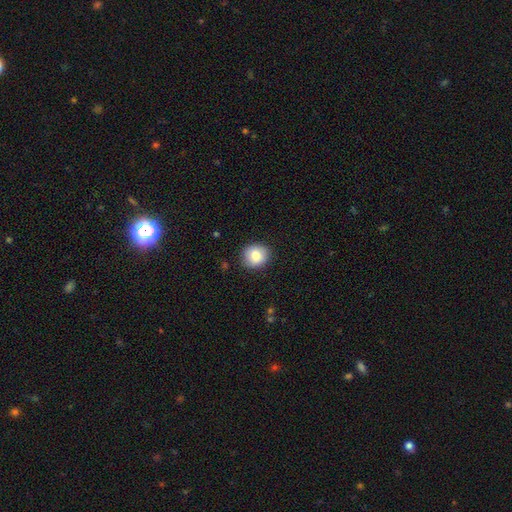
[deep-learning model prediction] Smooth or featured? smooth (84%)
How rounded? round (78%)
Merging? none (86%)